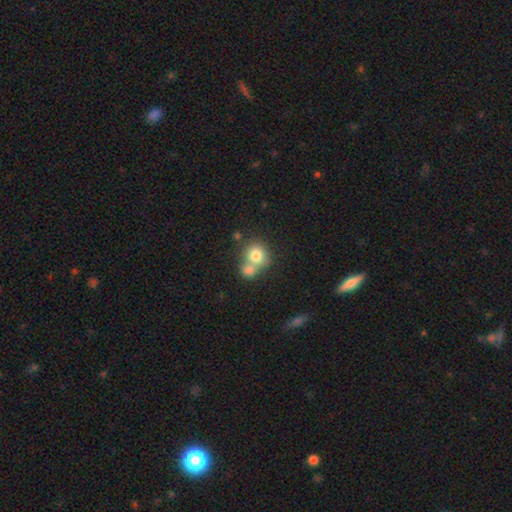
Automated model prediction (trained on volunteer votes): A smooth galaxy with no disk features (78%) that is round (81%). Merging: merger (51%).